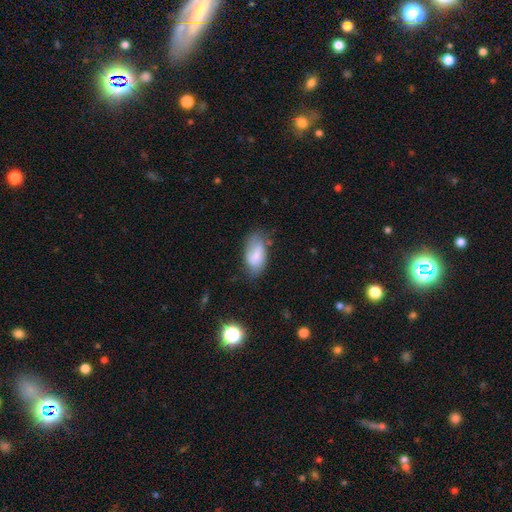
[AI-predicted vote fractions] Morphology: type=smooth (66%); roundness=in between (93%); merging=none (58%).